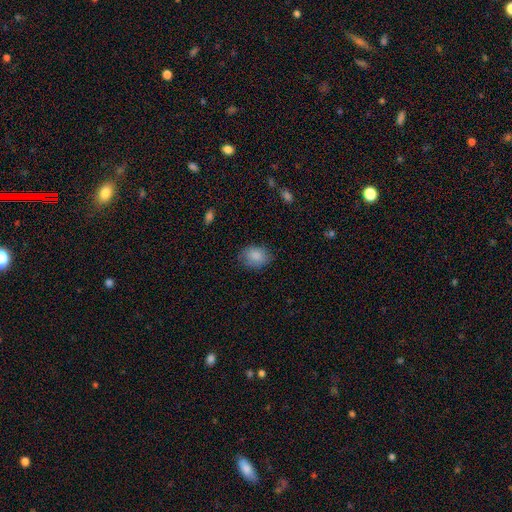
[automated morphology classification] The model was most divided on "how rounded": in between: 64%, round: 35%, cigar-shaped: 1%. More confident: smooth or featured — smooth (86%); merging — none (76%).